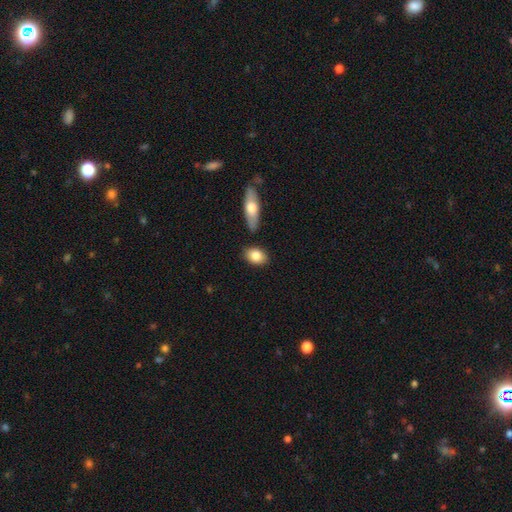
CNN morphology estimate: This is clearly a smooth galaxy (82%). How rounded: likely in between (79%). Merging: clearly none (81%).